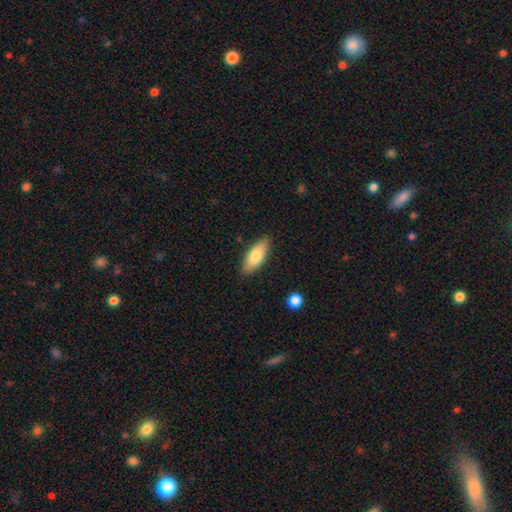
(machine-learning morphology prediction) Smooth or featured: smooth — 77% (featured or disk — 17%)
How rounded: in between — 72% (cigar-shaped — 26%)
Merging: none — 86% (minor disturbance — 11%)